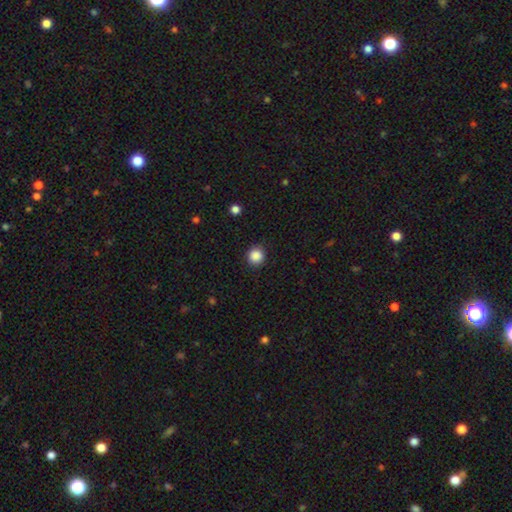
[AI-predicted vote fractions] A smooth galaxy with no disk features (87%) that is round (93%).

Vote fractions:
- Smooth or featured? smooth: 87% / star or artifact: 10% / featured or disk: 3%
- How rounded? round: 93% / in between: 6% / cigar-shaped: 1%
- Merging? none: 89% / minor disturbance: 7% / major disturbance: 2% / merger: 1%